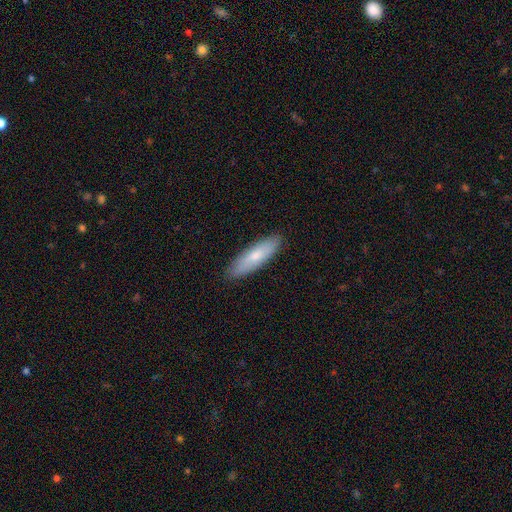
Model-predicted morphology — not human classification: smooth-or-featured: smooth: 73% | featured or disk: 22% | star or artifact: 5%
  how-rounded: cigar-shaped: 61% | in between: 38% | round: 2%
  merging: none: 89% | minor disturbance: 9% | major disturbance: 2% | merger: 1%